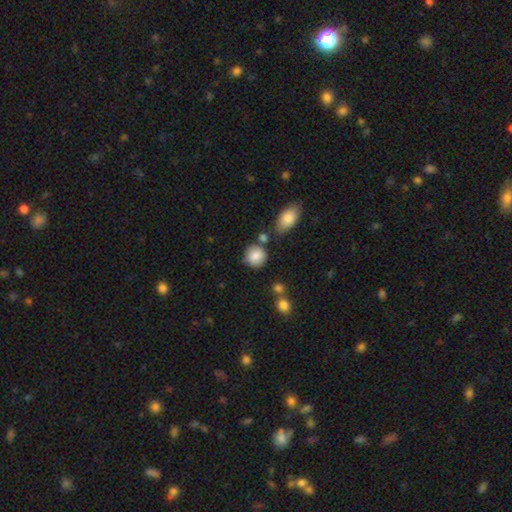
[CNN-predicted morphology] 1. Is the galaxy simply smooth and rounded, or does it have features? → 85% smooth, 8% star or artifact, 7% featured or disk.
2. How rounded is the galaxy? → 86% round, 13% in between, 1% cigar-shaped.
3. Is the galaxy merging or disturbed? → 72% none, 14% minor disturbance, 10% merger, 4% major disturbance.